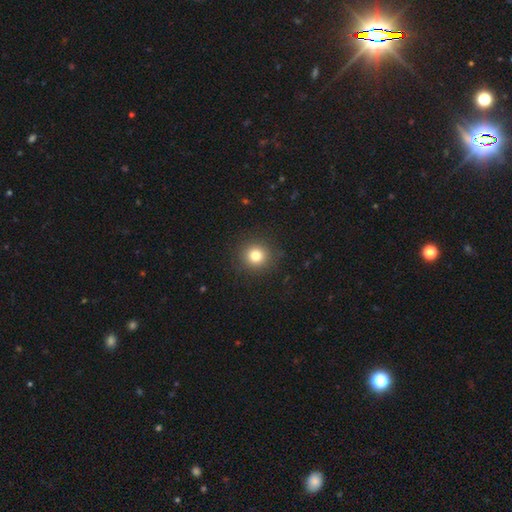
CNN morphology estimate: type=smooth (80%); roundness=round (92%); merging=none (90%).